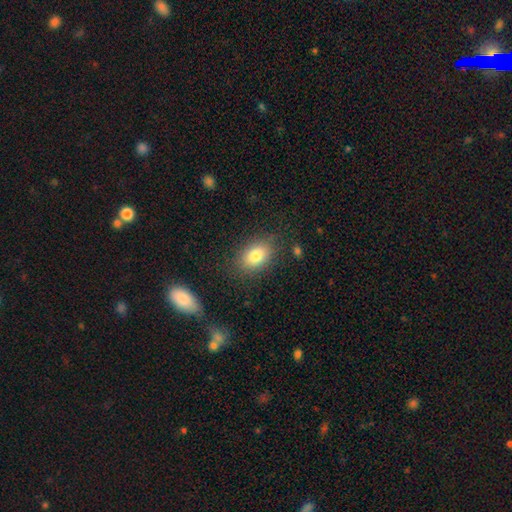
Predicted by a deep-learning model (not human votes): Q: Smooth or featured?
A: smooth (81%); runner-up: featured or disk (10%)
Q: How rounded?
A: in between (80%); runner-up: round (19%)
Q: Merging?
A: none (82%); runner-up: minor disturbance (12%)